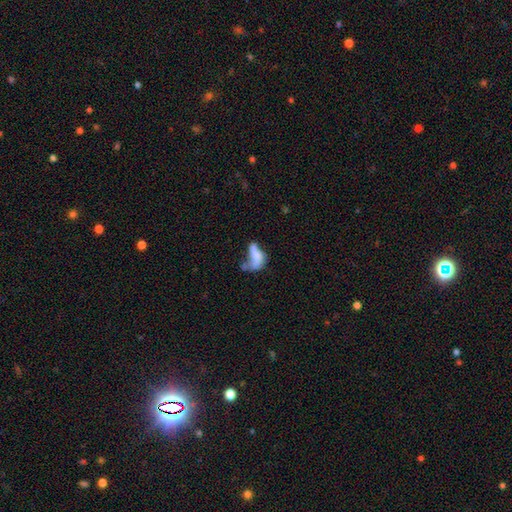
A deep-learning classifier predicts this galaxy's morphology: This is possibly a smooth galaxy (54%). How rounded: clearly in between (85%). Merging: marginally major disturbance (35%).